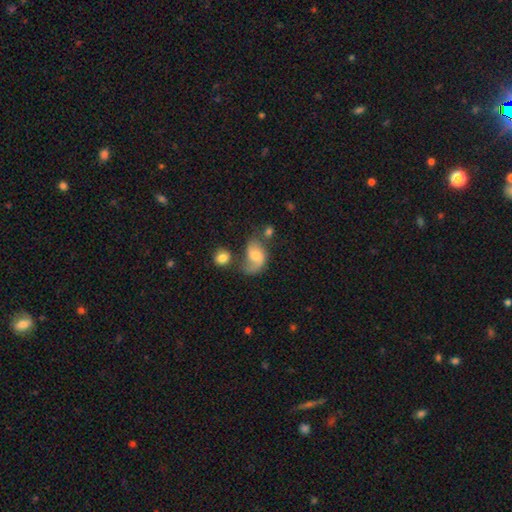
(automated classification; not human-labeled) Smooth or featured? Predicted: featured or disk (p=0.54). Edge-on disk? Predicted: no (p=0.97). Bar? Predicted: no (p=0.58). Spiral arms? Predicted: yes (p=0.86). Bulge size? Predicted: moderate (p=0.44). Merging? Predicted: none (p=0.36).